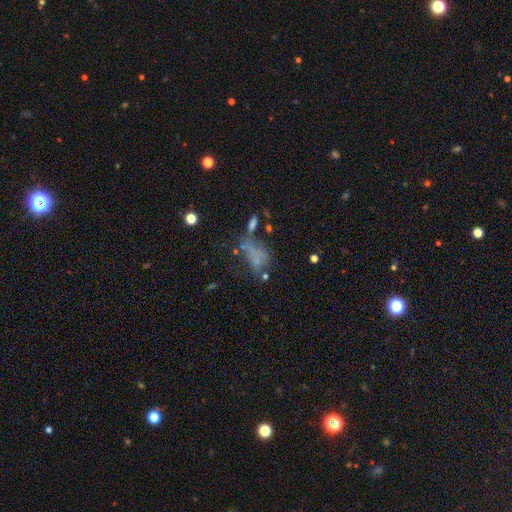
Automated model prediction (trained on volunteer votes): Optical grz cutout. It shows a smooth galaxy with no disk features (47%). Merging: major disturbance (30%).